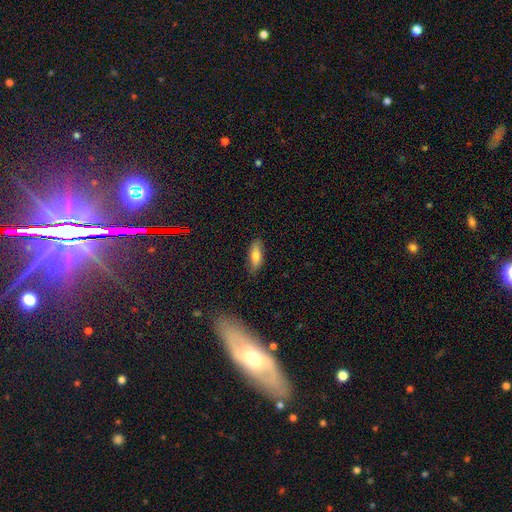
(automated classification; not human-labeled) Smooth or featured?
  - smooth: 75% *
  - featured or disk: 18%
  - star or artifact: 7%
How rounded?
  - in between: 66% *
  - cigar-shaped: 31%
  - round: 2%
Merging?
  - none: 83% *
  - minor disturbance: 13%
  - major disturbance: 2%
  - merger: 1%